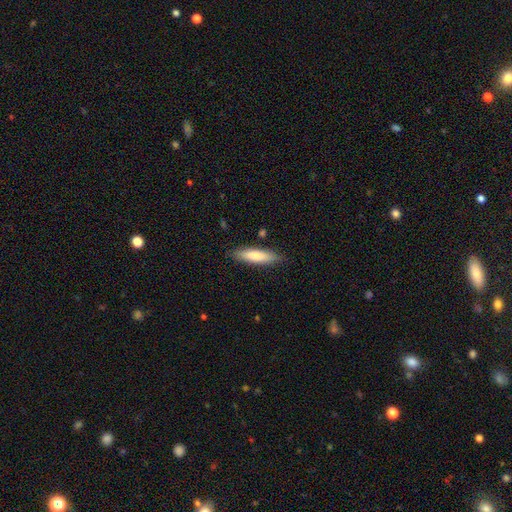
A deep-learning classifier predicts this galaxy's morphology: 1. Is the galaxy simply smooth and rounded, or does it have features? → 77% smooth, 17% featured or disk, 5% star or artifact.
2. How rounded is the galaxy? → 71% cigar-shaped, 27% in between, 1% round.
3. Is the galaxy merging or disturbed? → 86% none, 10% minor disturbance, 2% major disturbance, 2% merger.